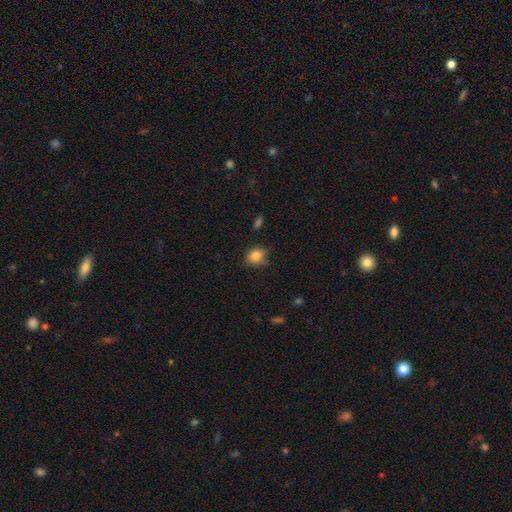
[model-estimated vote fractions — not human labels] A smooth galaxy with no disk features (84%) that is round (62%). Merging: none (66%).